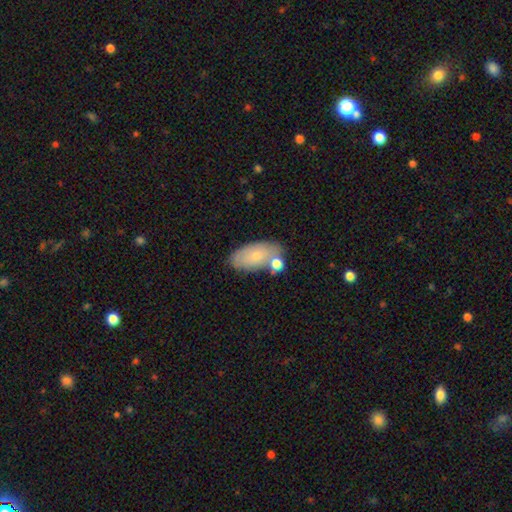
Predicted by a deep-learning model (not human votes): This appears to be a smooth galaxy with no disk features (71%) that is in between round and cigar-shaped (93%). Merging: none (62%).